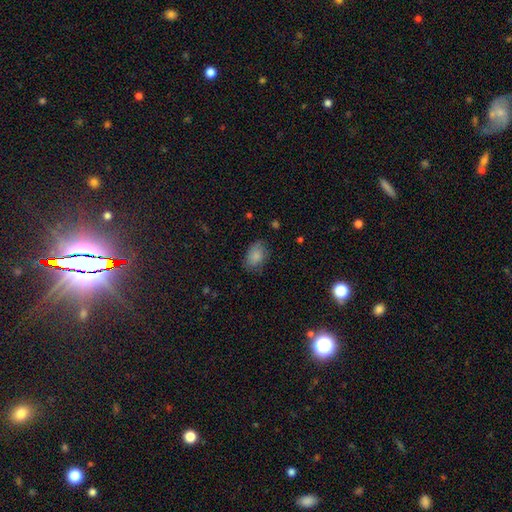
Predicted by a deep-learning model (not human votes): Smooth or featured? smooth (83%)
How rounded? in between (84%)
Merging? none (73%)